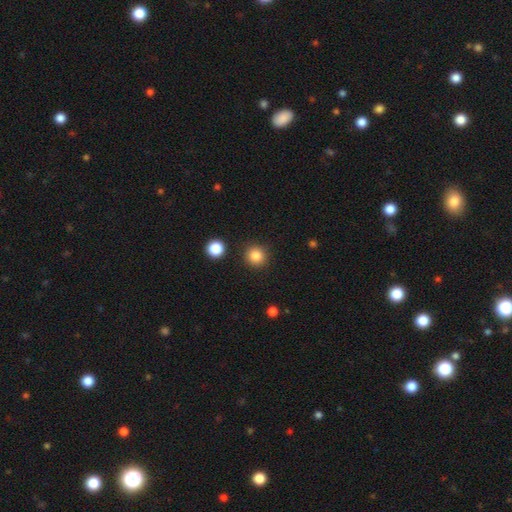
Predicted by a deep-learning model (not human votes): Smooth or featured: smooth — 85% (star or artifact — 11%)
How rounded: round — 93% (in between — 6%)
Merging: none — 89% (minor disturbance — 6%)